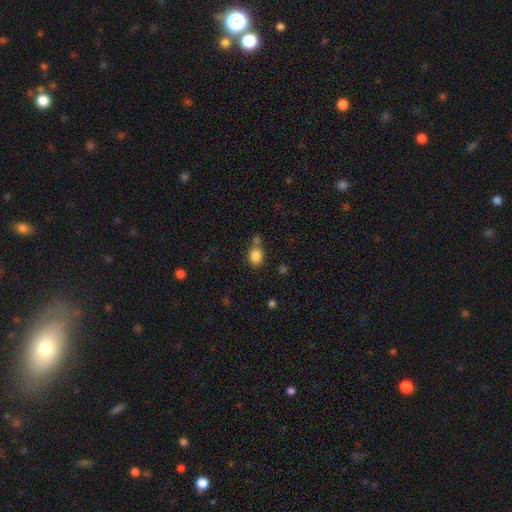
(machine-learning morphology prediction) Smooth or featured? smooth (85%)
How rounded? in between (59%)
Merging? none (58%)